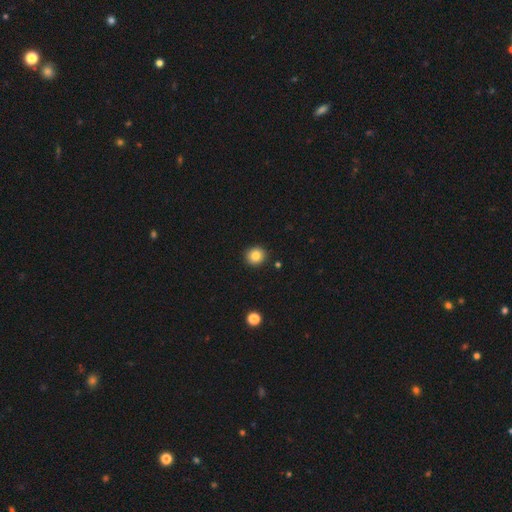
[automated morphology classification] Smooth or featured? smooth (84%)
How rounded? round (92%)
Merging? none (92%)